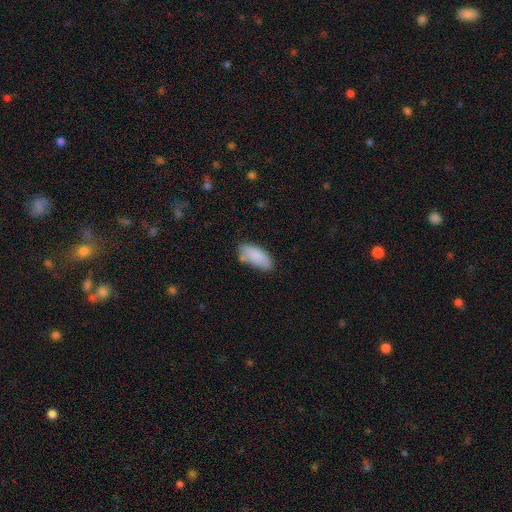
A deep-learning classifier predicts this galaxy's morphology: smooth-or-featured: smooth: 87% | featured or disk: 7% | star or artifact: 6%
  how-rounded: in between: 86% | cigar-shaped: 12% | round: 2%
  merging: none: 71% | minor disturbance: 20% | merger: 5% | major disturbance: 4%